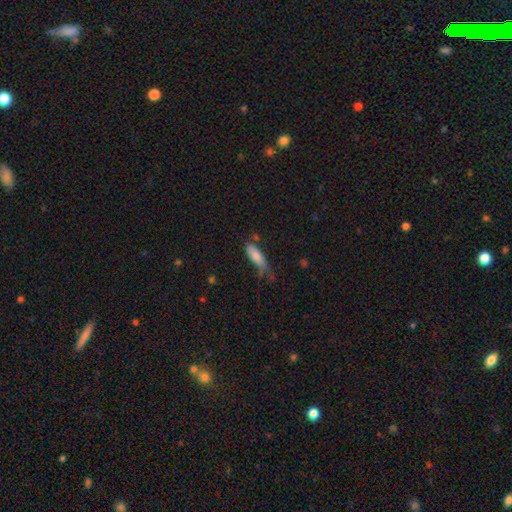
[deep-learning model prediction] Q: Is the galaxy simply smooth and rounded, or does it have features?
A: smooth — 81%.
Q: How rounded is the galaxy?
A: in between — 59%.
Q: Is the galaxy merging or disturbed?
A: none — 46%.